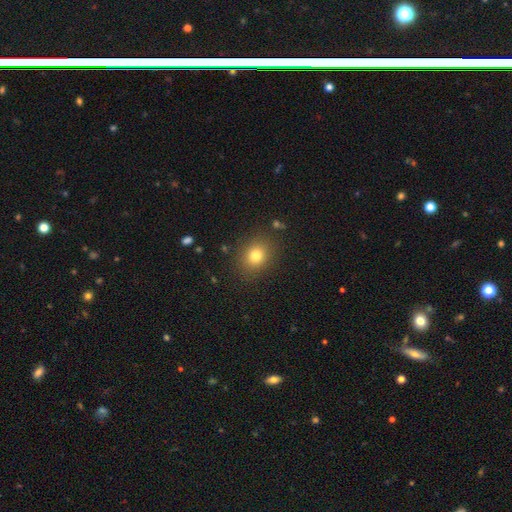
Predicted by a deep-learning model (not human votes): Q: Smooth or featured?
A: smooth (78%); runner-up: star or artifact (13%)
Q: How rounded?
A: round (67%); runner-up: in between (32%)
Q: Merging?
A: none (86%); runner-up: minor disturbance (9%)